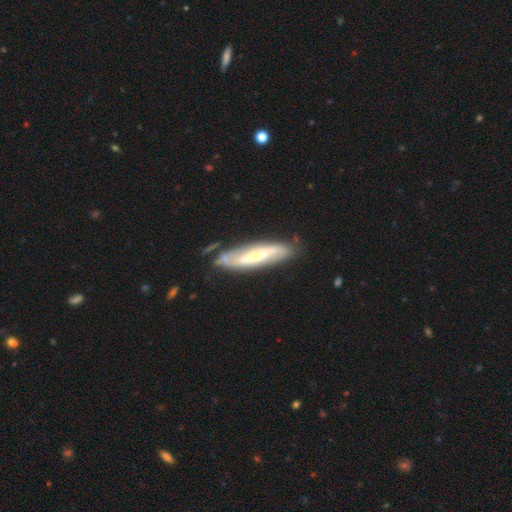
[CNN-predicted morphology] This appears to be a featured or disk galaxy (68%). Merging: none (70%).